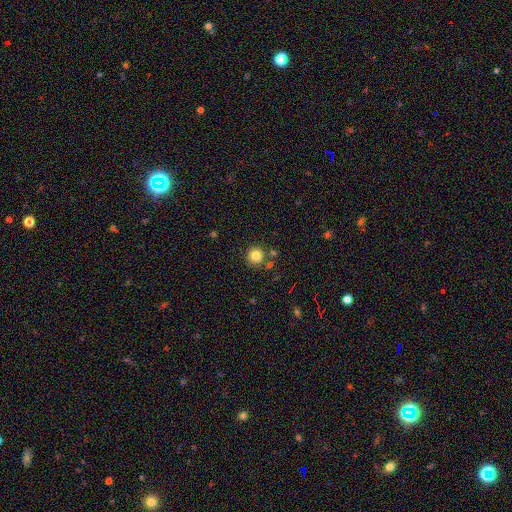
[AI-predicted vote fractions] Smooth or featured: smooth — 82% (star or artifact — 12%)
How rounded: round — 94% (in between — 5%)
Merging: none — 82% (minor disturbance — 8%)